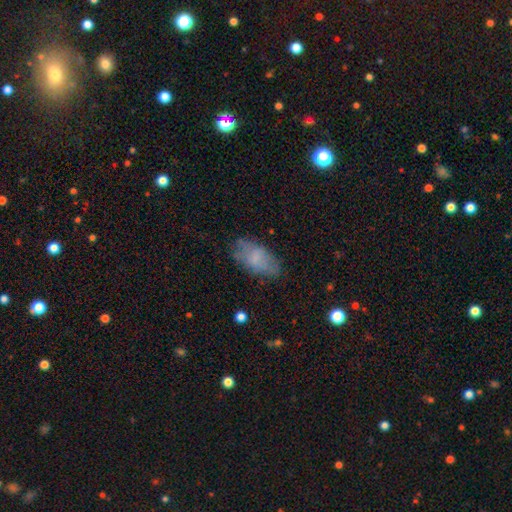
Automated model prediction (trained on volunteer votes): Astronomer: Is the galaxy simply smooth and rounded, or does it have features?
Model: smooth — 67%.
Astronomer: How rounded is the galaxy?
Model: in between — 92%.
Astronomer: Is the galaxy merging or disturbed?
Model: none — 68%.